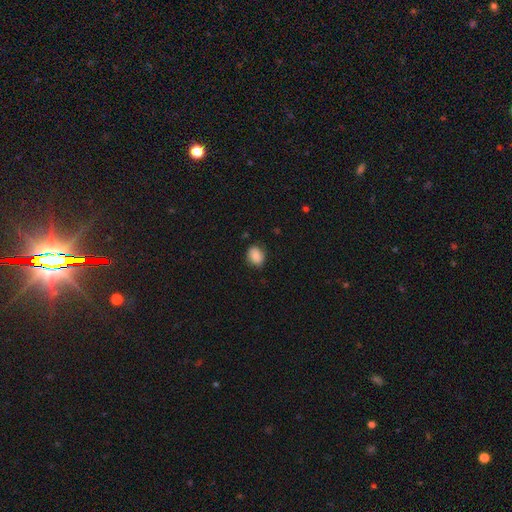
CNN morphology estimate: This appears to be a smooth galaxy with no disk features (85%) that is in between round and cigar-shaped (54%). Merging: none (79%).